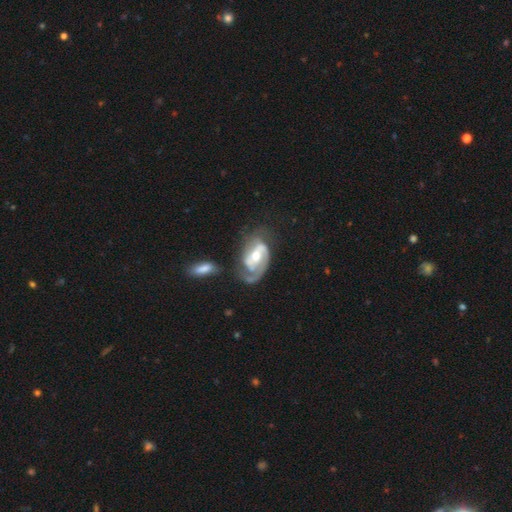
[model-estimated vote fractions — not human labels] Q: Smooth or featured?
A: featured or disk (84%); runner-up: smooth (11%)
Q: Edge-on disk?
A: no (96%); runner-up: yes (4%)
Q: Bar?
A: weak (40%); runner-up: no (35%)
Q: Spiral arms?
A: yes (93%); runner-up: no (7%)
Q: Spiral winding?
A: medium (43%); runner-up: tight (34%)
Q: Spiral arm count?
A: 2 (57%); runner-up: 1 (26%)
Q: Bulge size?
A: moderate (61%); runner-up: small (32%)
Q: Merging?
A: none (41%); runner-up: major disturbance (25%)